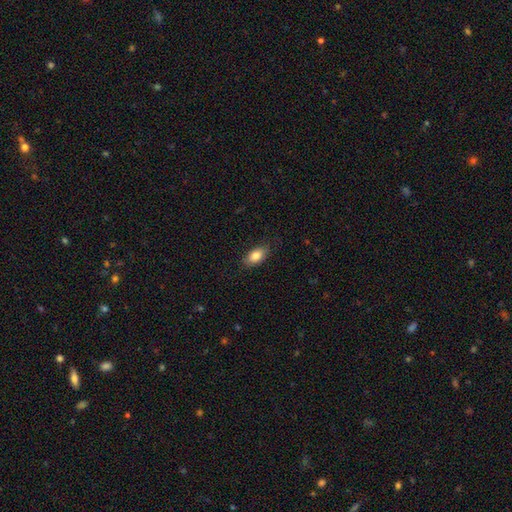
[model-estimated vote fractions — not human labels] Q: Smooth or featured?
A: smooth (84%); runner-up: featured or disk (9%)
Q: How rounded?
A: in between (90%); runner-up: round (5%)
Q: Merging?
A: none (84%); runner-up: minor disturbance (12%)